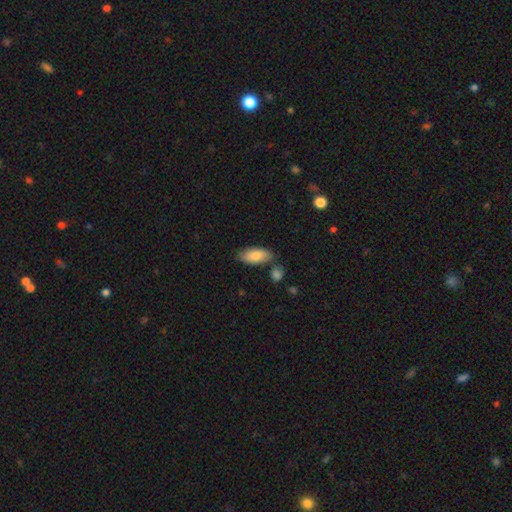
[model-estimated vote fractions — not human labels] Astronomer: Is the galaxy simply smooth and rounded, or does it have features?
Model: smooth — 84%.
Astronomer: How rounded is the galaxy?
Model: in between — 89%.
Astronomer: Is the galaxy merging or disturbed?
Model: none — 72%.